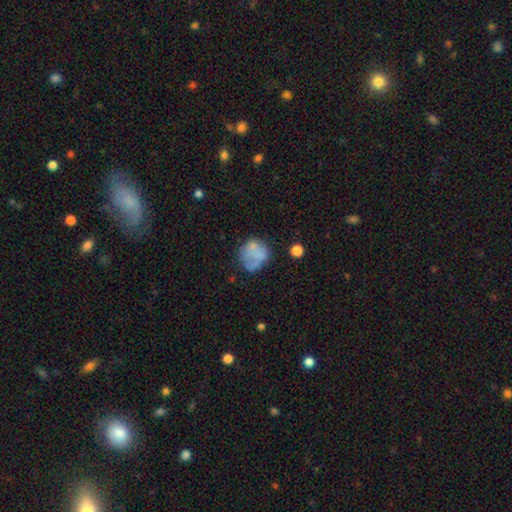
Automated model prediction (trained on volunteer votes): Smooth or featured?
  - smooth: 66% *
  - featured or disk: 24%
  - star or artifact: 11%
How rounded?
  - round: 81% *
  - in between: 18%
  - cigar-shaped: 1%
Merging?
  - none: 51% *
  - minor disturbance: 24%
  - major disturbance: 17%
  - merger: 8%